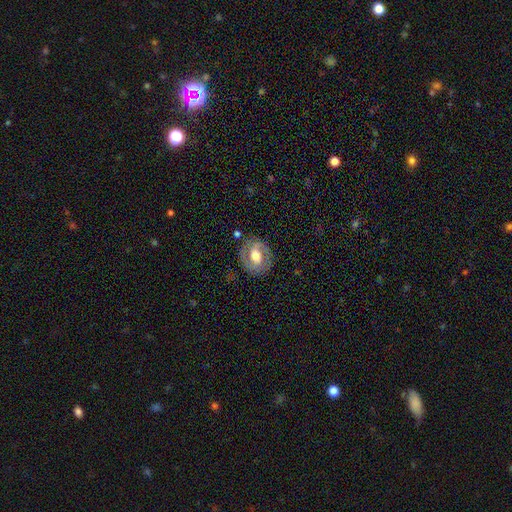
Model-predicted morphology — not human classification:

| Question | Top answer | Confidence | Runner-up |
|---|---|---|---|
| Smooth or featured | featured or disk | 66% | smooth (28%) |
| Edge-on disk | no | 96% | yes (4%) |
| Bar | weak | 41% | no (40%) |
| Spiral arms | yes | 71% | no (29%) |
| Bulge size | moderate | 62% | large (27%) |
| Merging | none | 80% | minor disturbance (13%) |